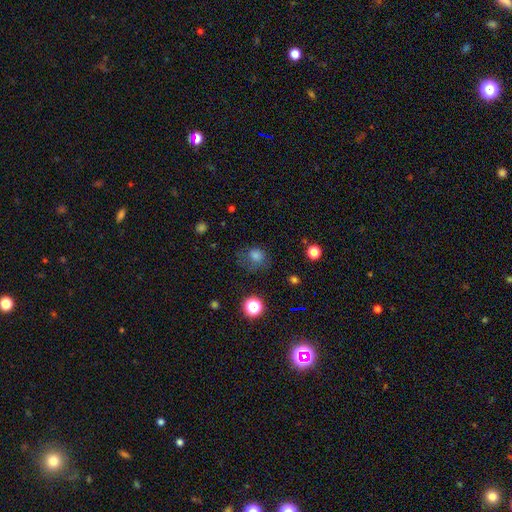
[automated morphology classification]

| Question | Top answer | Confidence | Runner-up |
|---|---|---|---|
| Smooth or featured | smooth | 67% | star or artifact (22%) |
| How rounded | round | 70% | in between (28%) |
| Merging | none | 59% | minor disturbance (23%) |